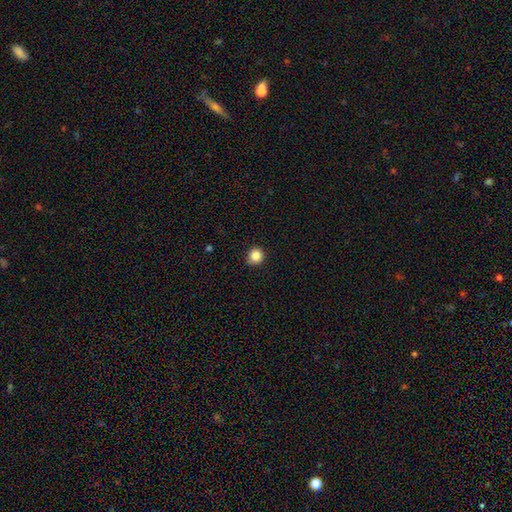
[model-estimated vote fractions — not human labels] Q: Smooth or featured?
A: smooth (85%); runner-up: star or artifact (11%)
Q: How rounded?
A: round (92%); runner-up: in between (7%)
Q: Merging?
A: none (88%); runner-up: minor disturbance (9%)